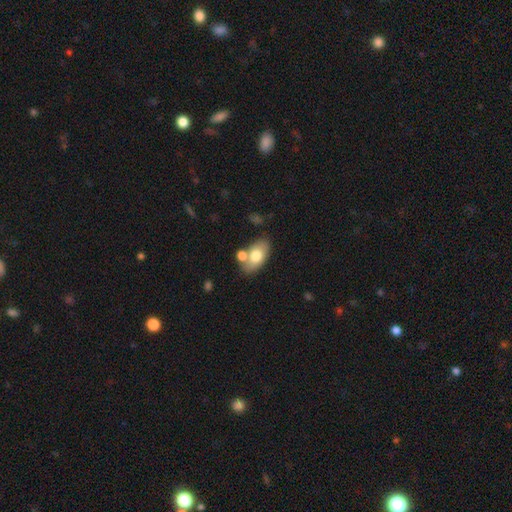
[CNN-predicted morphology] Smooth or featured?
  - smooth: 71% *
  - featured or disk: 22%
  - star or artifact: 7%
How rounded?
  - in between: 90% *
  - round: 8%
  - cigar-shaped: 2%
Merging?
  - none: 62% *
  - merger: 20%
  - minor disturbance: 14%
  - major disturbance: 4%